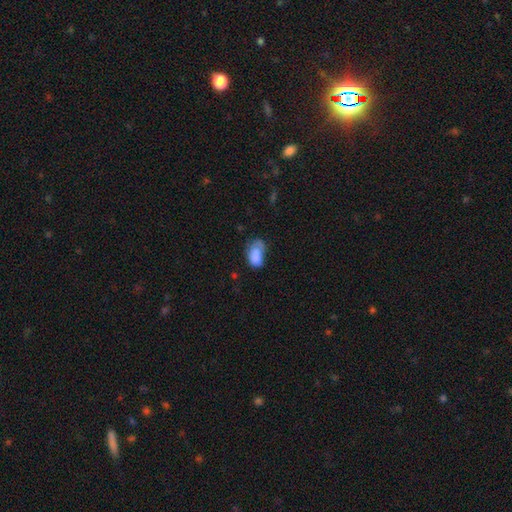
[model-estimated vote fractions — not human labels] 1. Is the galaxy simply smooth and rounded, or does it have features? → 77% smooth, 15% featured or disk, 8% star or artifact.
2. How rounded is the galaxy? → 91% in between, 8% round, 2% cigar-shaped.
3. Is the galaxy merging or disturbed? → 34% none, 32% minor disturbance, 25% major disturbance, 8% merger.